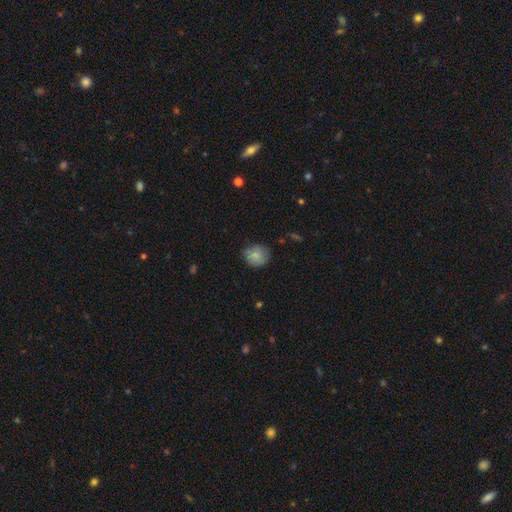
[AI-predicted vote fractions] Overall: smooth (81%). How rounded: round (80%). Merging: none (72%).